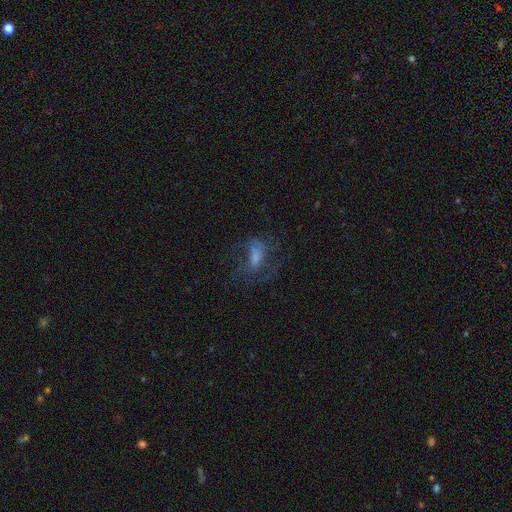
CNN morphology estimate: Smooth or featured?
  - featured or disk: 54% *
  - smooth: 27%
  - star or artifact: 18%
Edge-on disk?
  - no: 93% *
  - yes: 7%
Bar?
  - no: 45% *
  - weak: 39%
  - strong: 16%
Spiral arms?
  - yes: 68% *
  - no: 32%
Bulge size?
  - moderate: 34% *
  - small: 31%
  - none: 22%
  - large: 11%
  - dominant: 2%
Merging?
  - none: 49% *
  - major disturbance: 31%
  - minor disturbance: 17%
  - merger: 2%